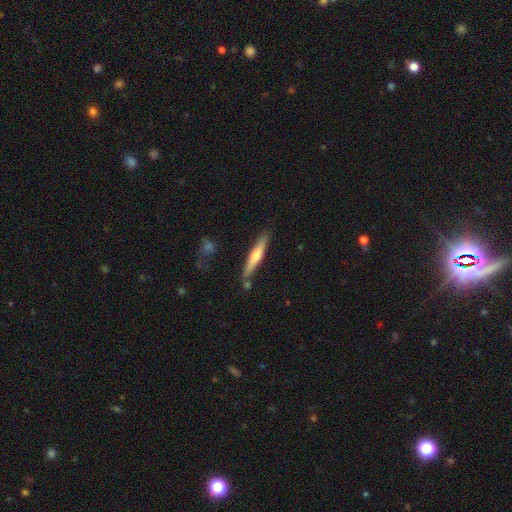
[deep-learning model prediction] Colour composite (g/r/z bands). It shows a featured or disk galaxy (50%). Merging: none (82%).